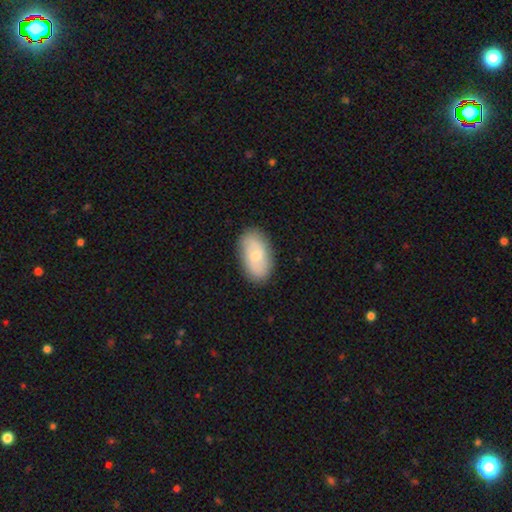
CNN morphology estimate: type=smooth (57%); roundness=in between (92%); merging=none (85%).